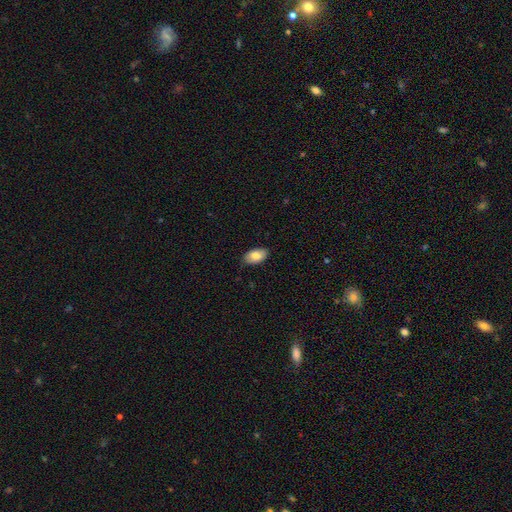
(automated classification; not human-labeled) A smooth galaxy with no disk features (83%) that is in between round and cigar-shaped (93%).

Vote fractions:
- Smooth or featured? smooth: 83% / featured or disk: 10% / star or artifact: 7%
- How rounded? in between: 93% / round: 5% / cigar-shaped: 2%
- Merging? none: 84% / minor disturbance: 13% / major disturbance: 2% / merger: 1%